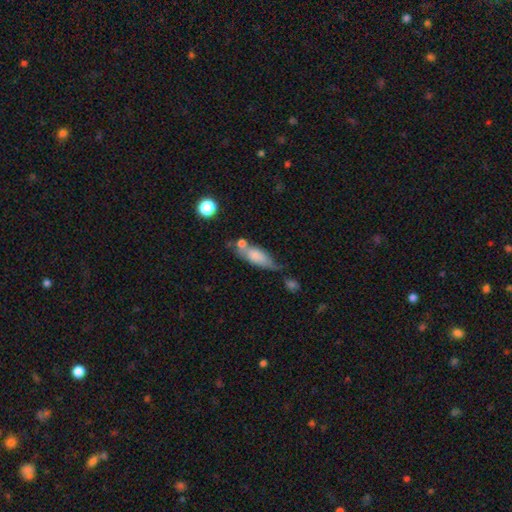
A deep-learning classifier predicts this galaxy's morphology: A smooth galaxy with no disk features (70%) that is in between round and cigar-shaped (70%). Merging: none (36%).